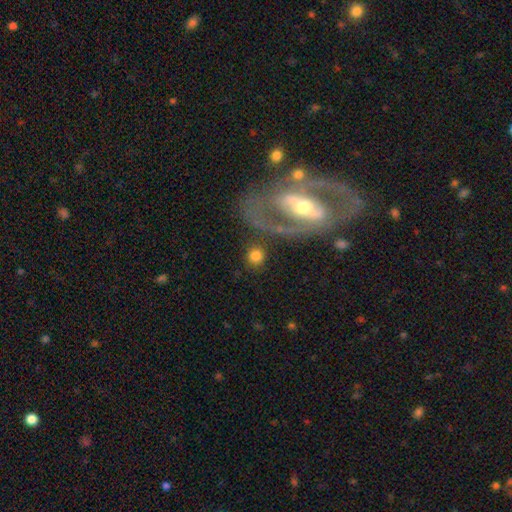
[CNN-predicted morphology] type=smooth (76%); roundness=round (88%); merging=none (78%).